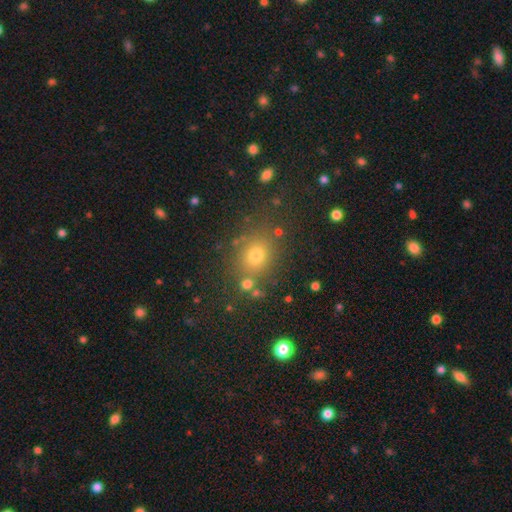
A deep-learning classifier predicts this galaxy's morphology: smooth_or_featured: smooth (p=0.64) [alt: star or artifact p=0.28]
how_rounded: round (p=0.74) [alt: in between p=0.25]
merging: none (p=0.78) [alt: minor disturbance p=0.10]